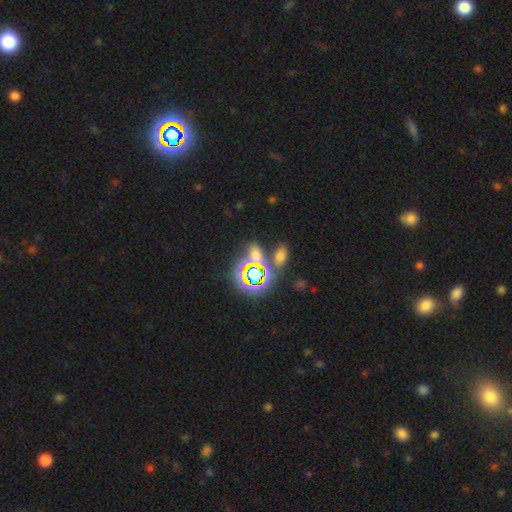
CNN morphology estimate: smooth_or_featured: star or artifact (p=0.47) [alt: smooth p=0.42]